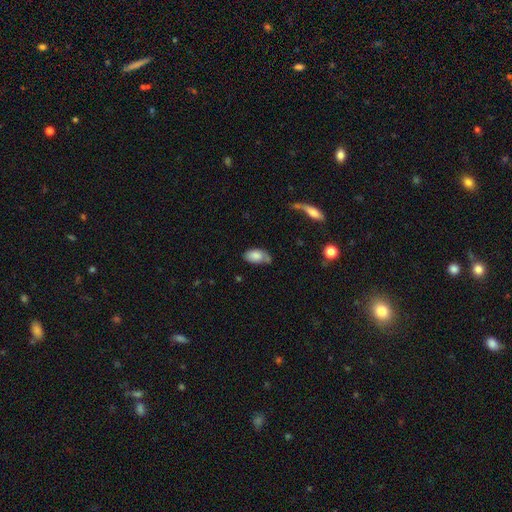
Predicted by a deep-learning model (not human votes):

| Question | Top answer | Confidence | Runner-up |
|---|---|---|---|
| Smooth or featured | smooth | 81% | featured or disk (12%) |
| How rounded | in between | 93% | round (5%) |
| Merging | none | 48% | minor disturbance (32%) |